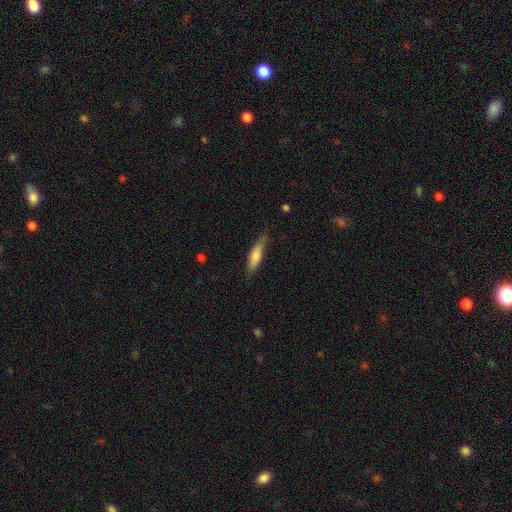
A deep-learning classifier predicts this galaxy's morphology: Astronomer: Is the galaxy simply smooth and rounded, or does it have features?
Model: smooth — 74%.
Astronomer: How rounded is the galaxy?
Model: cigar-shaped — 67%.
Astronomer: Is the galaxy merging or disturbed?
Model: none — 69%.